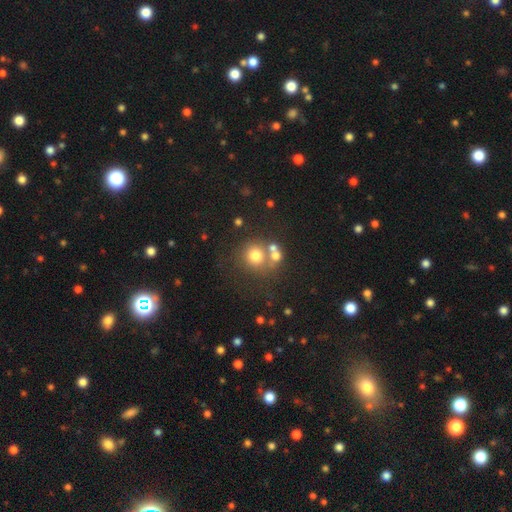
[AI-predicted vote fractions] smooth_or_featured: smooth (p=0.70) [alt: star or artifact p=0.15]
how_rounded: round (p=0.88) [alt: in between p=0.11]
merging: none (p=0.54) [alt: merger p=0.31]